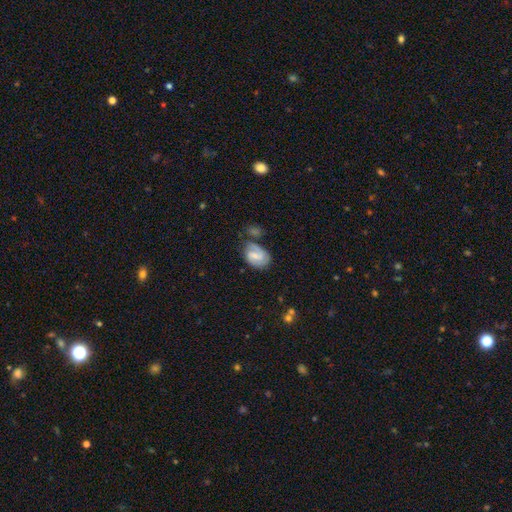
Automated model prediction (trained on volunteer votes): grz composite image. It shows a featured or disk galaxy (59%) with a weak bar (53%), spiral arms (85%) and a small central bulge (49%). Merging: none (50%).